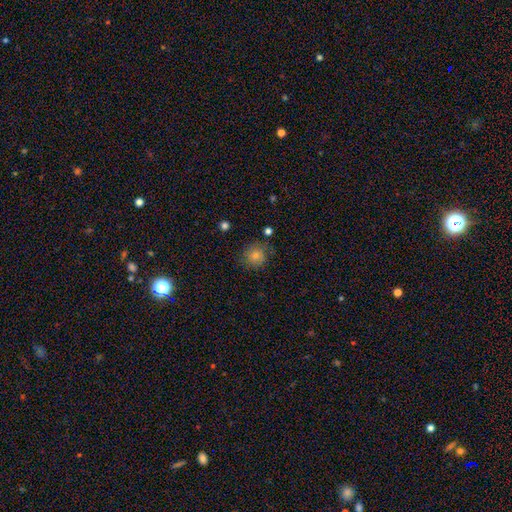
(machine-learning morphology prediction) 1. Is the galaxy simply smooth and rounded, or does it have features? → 73% smooth, 17% featured or disk, 10% star or artifact.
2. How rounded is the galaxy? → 87% round, 12% in between, 1% cigar-shaped.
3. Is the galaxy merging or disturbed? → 71% none, 19% minor disturbance, 7% major disturbance, 2% merger.